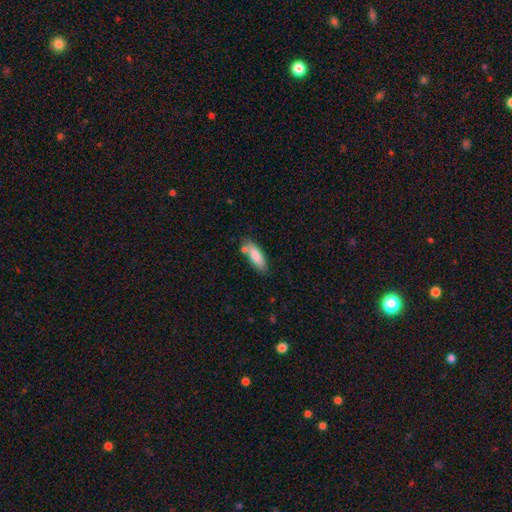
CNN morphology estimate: smooth_or_featured: smooth (p=0.81) [alt: featured or disk p=0.13]
how_rounded: in between (p=0.56) [alt: cigar-shaped p=0.42]
merging: none (p=0.71) [alt: minor disturbance p=0.15]